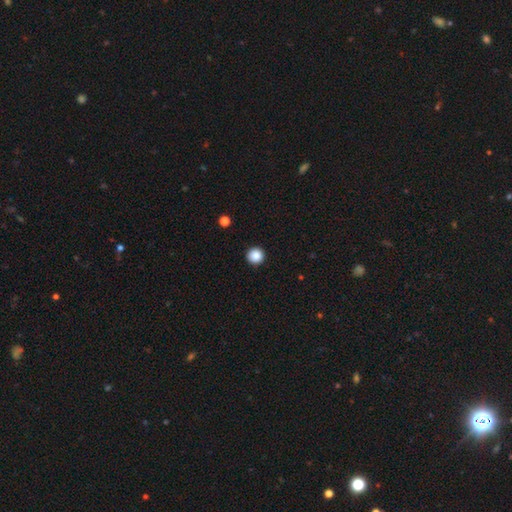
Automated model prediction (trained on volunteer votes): Overall: smooth (87%). How rounded: round (96%). Merging: none (94%).